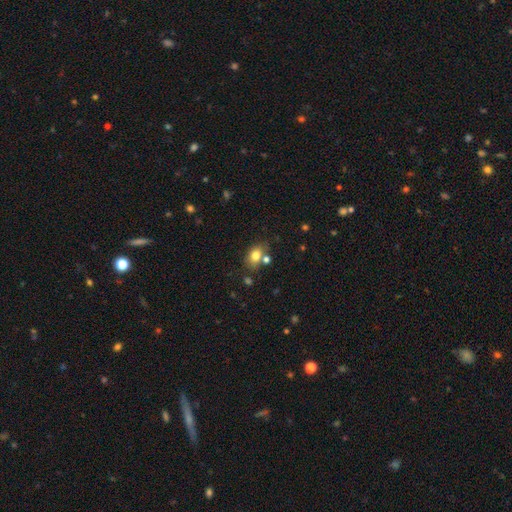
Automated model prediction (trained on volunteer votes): Smooth or featured: smooth — 78% (featured or disk — 12%)
How rounded: in between — 75% (round — 24%)
Merging: none — 62% (merger — 18%)